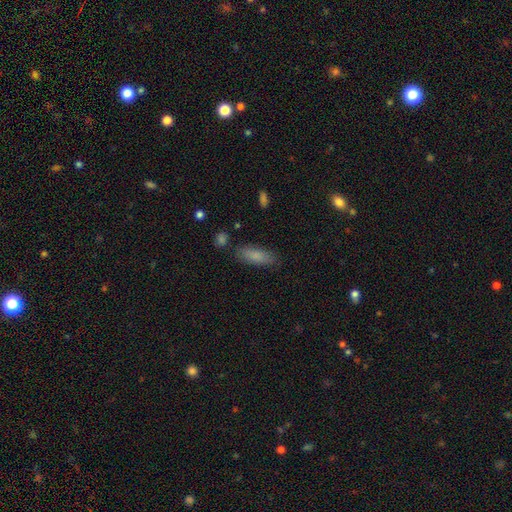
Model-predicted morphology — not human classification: Q: Smooth or featured?
A: smooth (84%); runner-up: featured or disk (9%)
Q: How rounded?
A: in between (59%); runner-up: cigar-shaped (39%)
Q: Merging?
A: none (82%); runner-up: minor disturbance (12%)